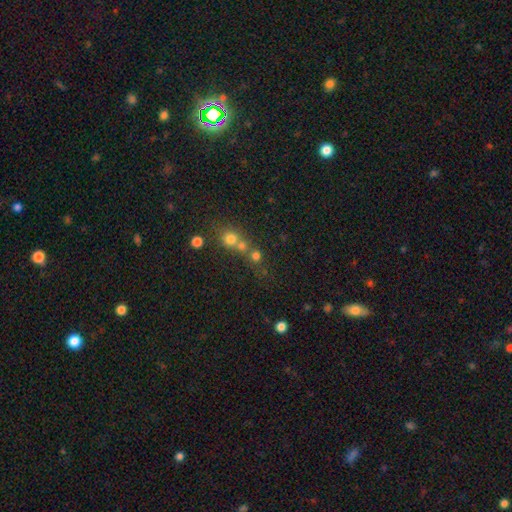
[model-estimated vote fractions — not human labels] smooth-or-featured: smooth: 67% | star or artifact: 21% | featured or disk: 12%
  how-rounded: round: 88% | in between: 10% | cigar-shaped: 2%
  merging: none: 48% | merger: 42% | minor disturbance: 6% | major disturbance: 4%